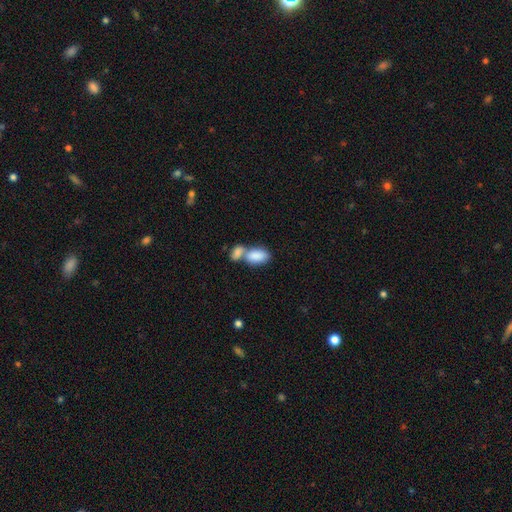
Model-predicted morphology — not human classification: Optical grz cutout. It shows a smooth galaxy with no disk features (85%) that is in between round and cigar-shaped (94%). Merging: merger (67%).